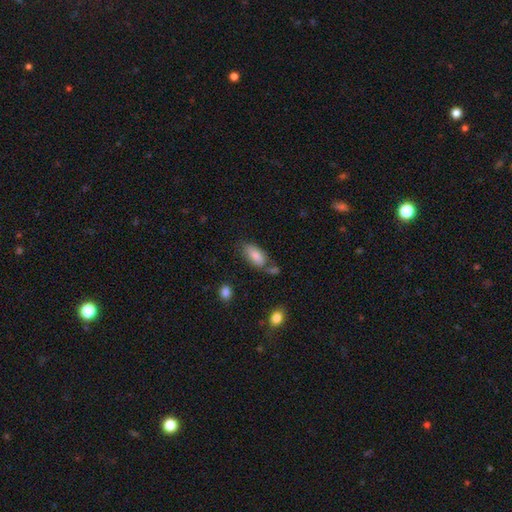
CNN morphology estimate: This is likely a smooth galaxy (79%). How rounded: clearly in between (90%). Merging: possibly none (56%).